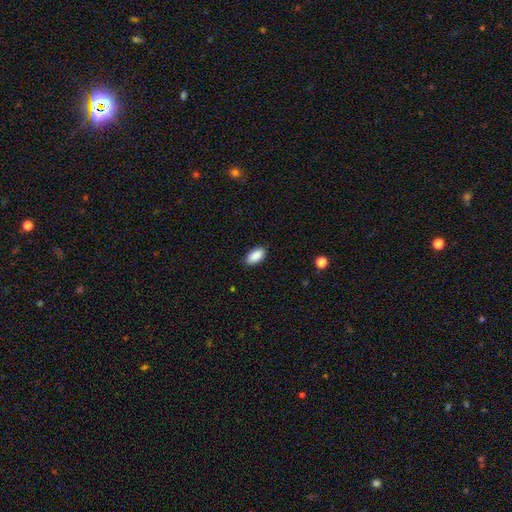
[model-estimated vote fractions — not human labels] Morphology: type=smooth (90%); roundness=in between (94%); merging=none (87%).